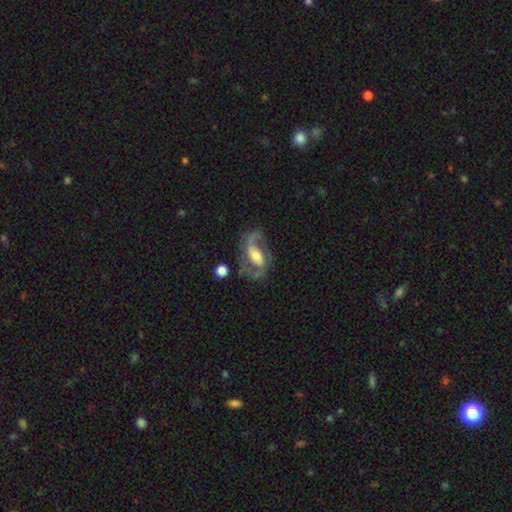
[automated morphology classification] Smooth or featured? Predicted: featured or disk (p=0.85). Edge-on disk? Predicted: no (p=0.96). Bar? Predicted: weak (p=0.40). Spiral arms? Predicted: yes (p=0.94). Spiral winding? Predicted: medium (p=0.51). Spiral arm count? Predicted: 2 (p=0.88). Bulge size? Predicted: moderate (p=0.58). Merging? Predicted: none (p=0.65).